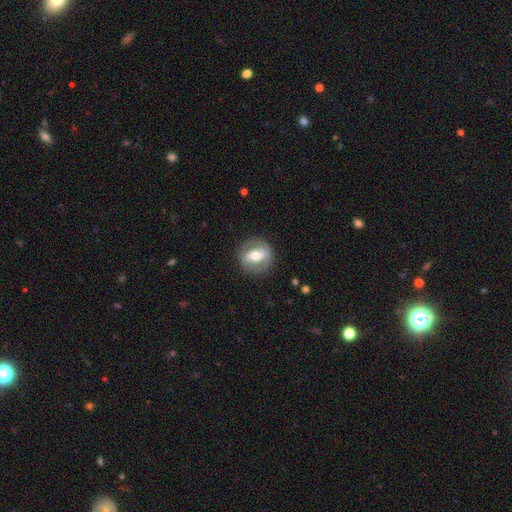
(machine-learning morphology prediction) This appears to be a featured or disk galaxy (59%) with a strong bar (48%), no spiral arms (65%) and a moderate central bulge (71%). Merging: none (81%).